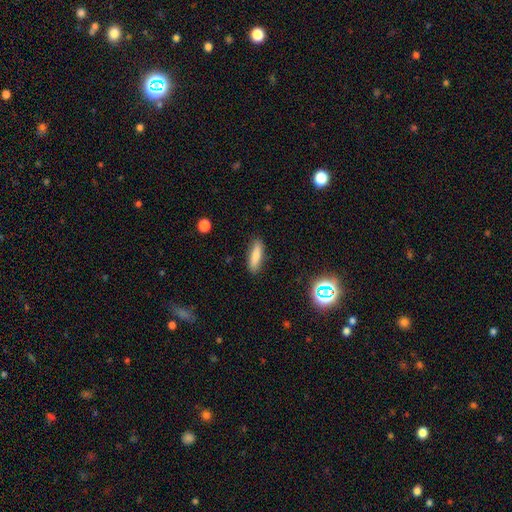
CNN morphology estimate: Smooth or featured?
  - smooth: 79% *
  - featured or disk: 12%
  - star or artifact: 8%
How rounded?
  - cigar-shaped: 62% *
  - in between: 36%
  - round: 2%
Merging?
  - none: 87% *
  - minor disturbance: 10%
  - major disturbance: 2%
  - merger: 1%